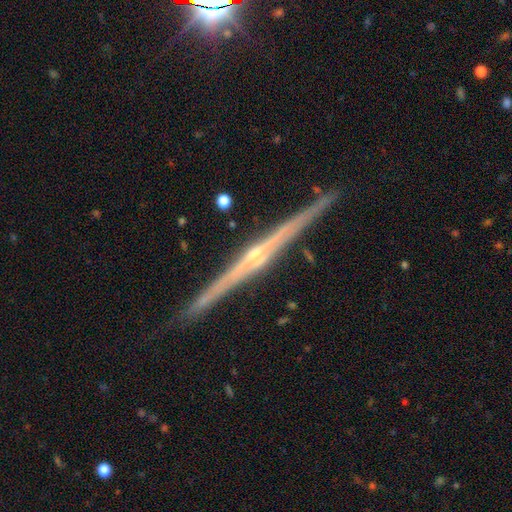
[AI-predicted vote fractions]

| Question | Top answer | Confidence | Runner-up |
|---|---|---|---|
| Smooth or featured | featured or disk | 89% | smooth (5%) |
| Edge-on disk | yes | 99% | no (1%) |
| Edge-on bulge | rounded | 82% | none (11%) |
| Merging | none | 92% | minor disturbance (5%) |